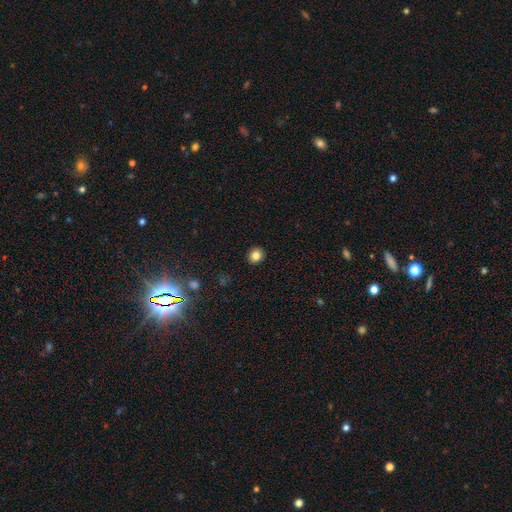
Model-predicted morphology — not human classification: Smooth or featured?
  - smooth: 82% *
  - star or artifact: 12%
  - featured or disk: 6%
How rounded?
  - round: 81% *
  - in between: 18%
  - cigar-shaped: 1%
Merging?
  - none: 92% *
  - minor disturbance: 6%
  - major disturbance: 2%
  - merger: 1%